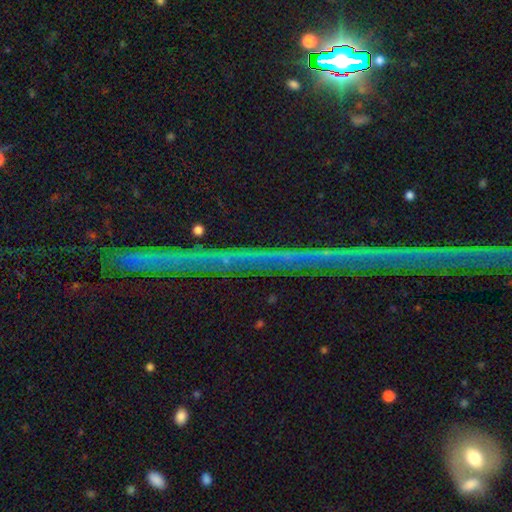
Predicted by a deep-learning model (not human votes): This appears to be a star or artifact, not a galaxy (80%).